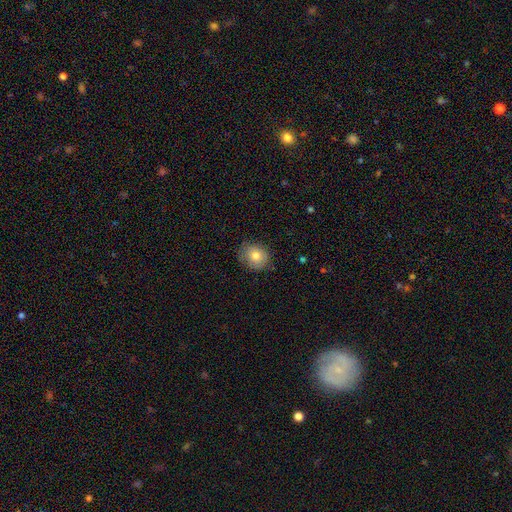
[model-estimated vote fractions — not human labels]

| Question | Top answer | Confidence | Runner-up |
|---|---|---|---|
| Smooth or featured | smooth | 75% | featured or disk (16%) |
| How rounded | round | 68% | in between (31%) |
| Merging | none | 76% | minor disturbance (18%) |